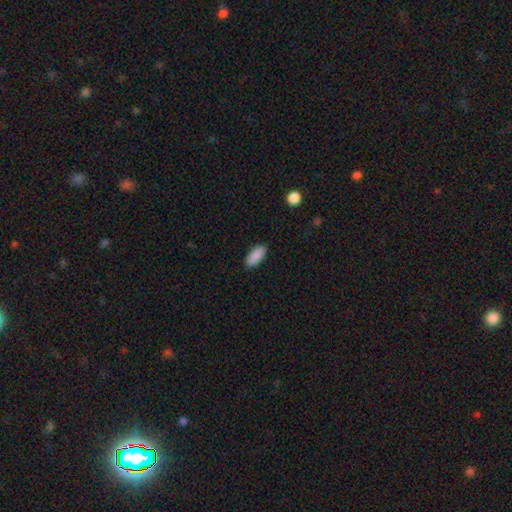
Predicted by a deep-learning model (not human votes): This appears to be a smooth galaxy with no disk features (90%) that is in between round and cigar-shaped (86%). Merging: none (89%).